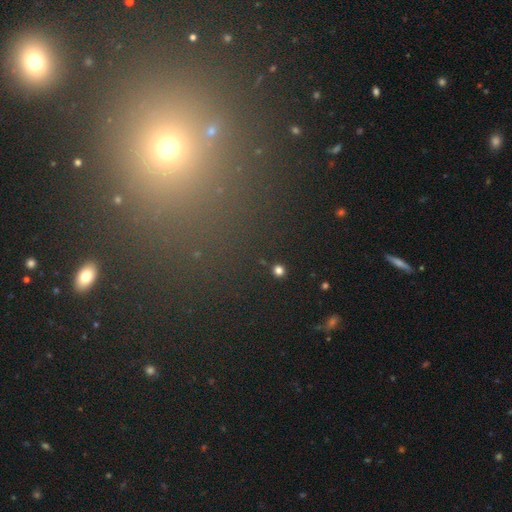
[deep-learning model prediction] smooth-or-featured: star or artifact: 50% | smooth: 42% | featured or disk: 8%